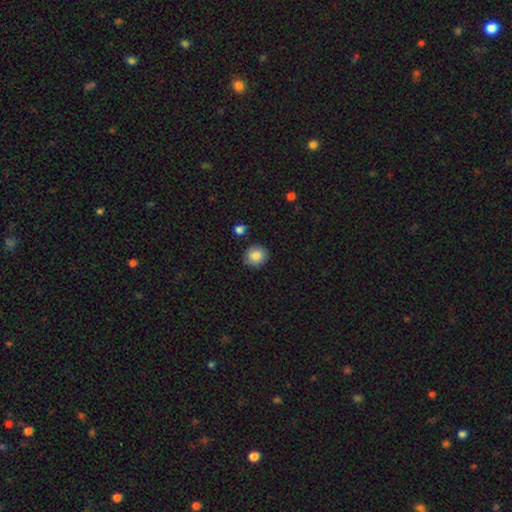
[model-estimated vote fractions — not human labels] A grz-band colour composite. It shows a smooth galaxy with no disk features (85%) that is round (88%). Merging: none (87%).